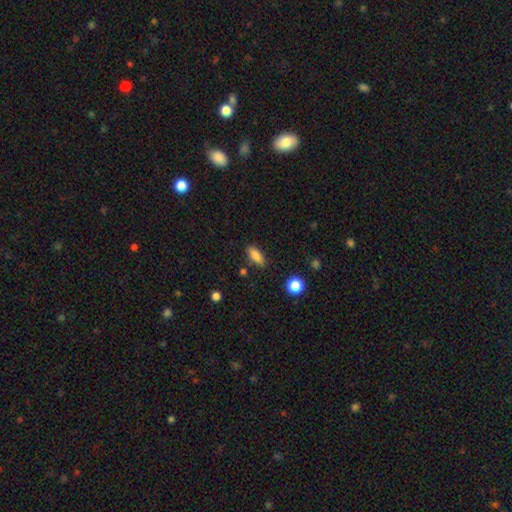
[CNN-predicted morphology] A smooth galaxy with no disk features (82%) that is in between round and cigar-shaped (74%).

Vote fractions:
- Smooth or featured? smooth: 82% / featured or disk: 9% / star or artifact: 8%
- How rounded? in between: 74% / cigar-shaped: 23% / round: 4%
- Merging? none: 82% / minor disturbance: 13% / major disturbance: 3% / merger: 3%